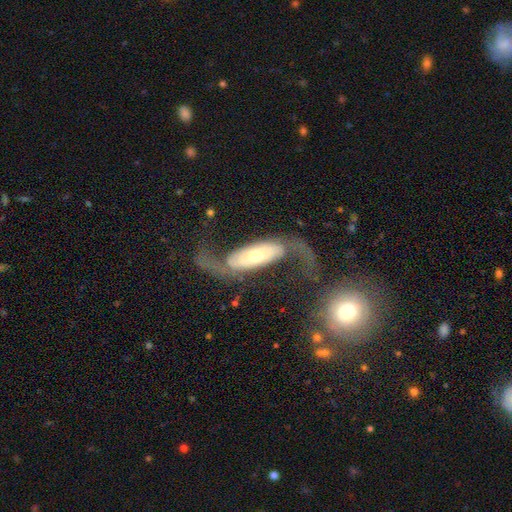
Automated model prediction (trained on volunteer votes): Morphology: type=featured or disk (78%); edge-on=no (89%); bar=no (51%); spiral arms=yes (90%); winding=loose (75%); arm count=2 (89%); bulge=moderate (49%); merging=none (49%).